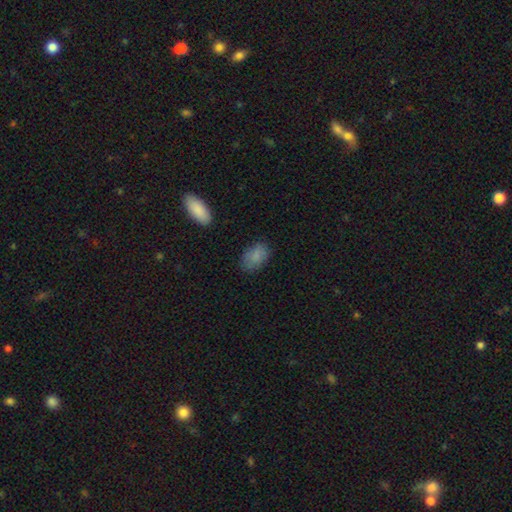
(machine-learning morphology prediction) smooth_or_featured: smooth (p=0.84) [alt: star or artifact p=0.09]
how_rounded: in between (p=0.89) [alt: round p=0.10]
merging: none (p=0.76) [alt: minor disturbance p=0.18]